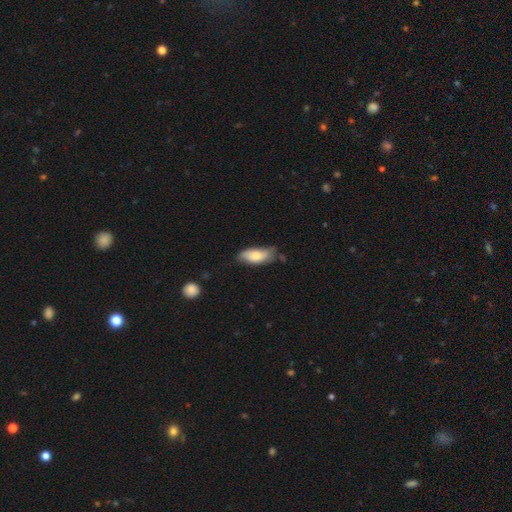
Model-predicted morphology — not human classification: Smooth or featured? Predicted: smooth (p=0.73). How rounded? Predicted: in between (p=0.83). Merging? Predicted: none (p=0.53).